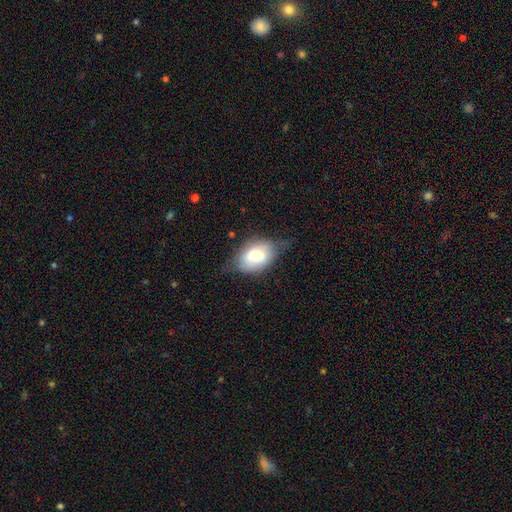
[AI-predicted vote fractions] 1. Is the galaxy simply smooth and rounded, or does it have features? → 63% smooth, 30% featured or disk, 7% star or artifact.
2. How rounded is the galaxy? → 82% in between, 16% round, 2% cigar-shaped.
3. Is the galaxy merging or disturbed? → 54% none, 32% minor disturbance, 13% major disturbance, 2% merger.